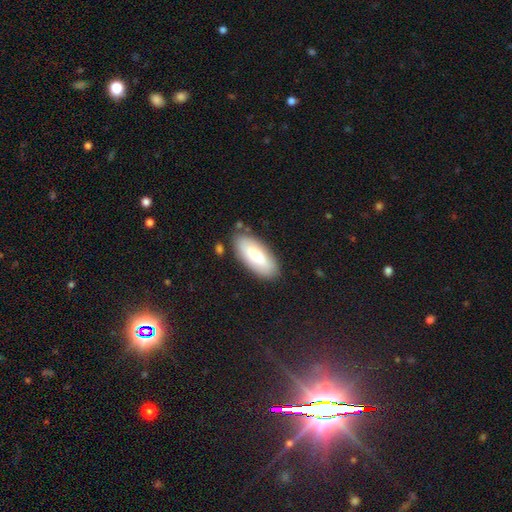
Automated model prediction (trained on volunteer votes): Q: Smooth or featured?
A: smooth (80%); runner-up: featured or disk (14%)
Q: How rounded?
A: in between (83%); runner-up: cigar-shaped (16%)
Q: Merging?
A: none (82%); runner-up: minor disturbance (12%)